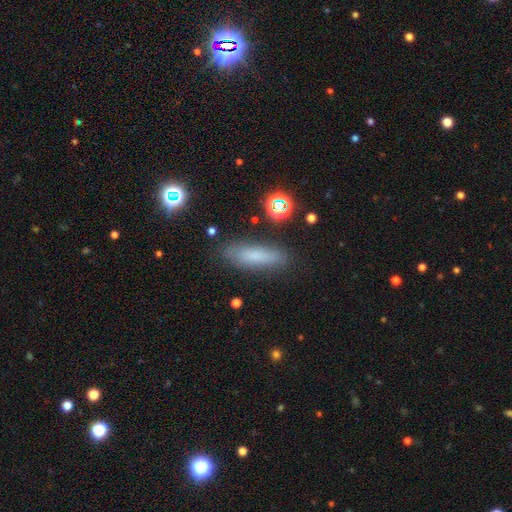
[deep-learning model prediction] Smooth or featured?
  - smooth: 74% *
  - featured or disk: 15%
  - star or artifact: 11%
How rounded?
  - cigar-shaped: 61% *
  - in between: 36%
  - round: 3%
Merging?
  - none: 83% *
  - minor disturbance: 12%
  - major disturbance: 3%
  - merger: 2%